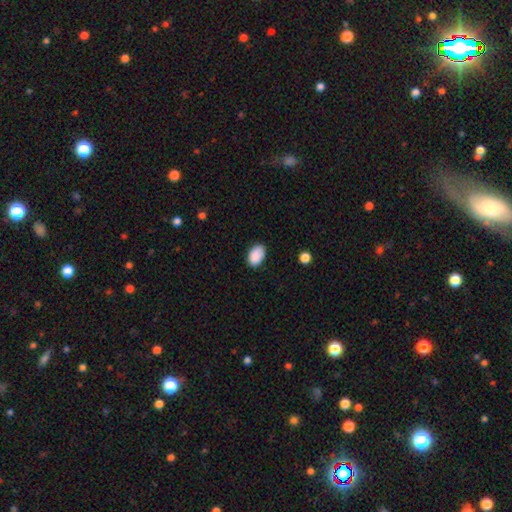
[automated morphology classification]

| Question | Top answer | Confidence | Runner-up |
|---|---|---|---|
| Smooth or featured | smooth | 89% | star or artifact (7%) |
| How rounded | in between | 90% | round (9%) |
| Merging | none | 82% | minor disturbance (15%) |